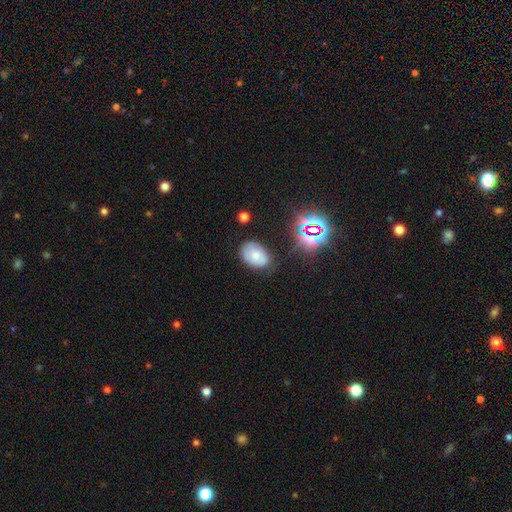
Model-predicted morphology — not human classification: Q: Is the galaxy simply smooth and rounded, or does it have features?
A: smooth — 66%.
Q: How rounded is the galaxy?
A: in between — 82%.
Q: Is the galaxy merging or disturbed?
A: none — 71%.